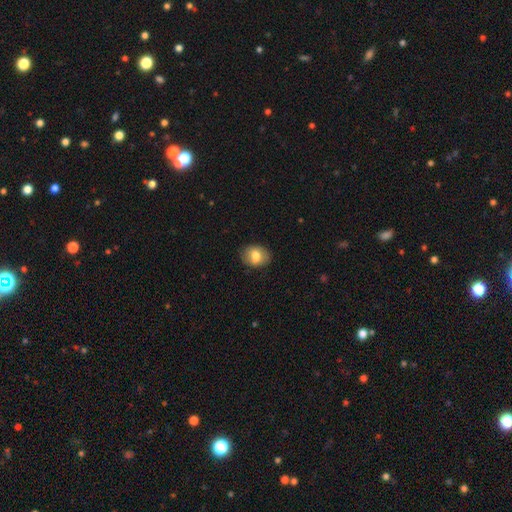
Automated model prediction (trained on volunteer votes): This is likely a smooth galaxy (75%). How rounded: possibly in between (58%). Merging: clearly none (83%).